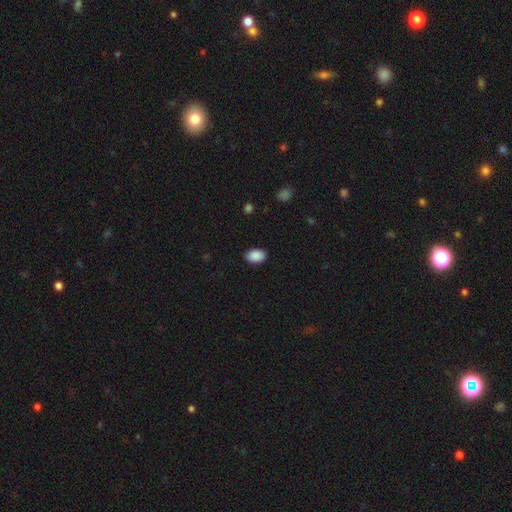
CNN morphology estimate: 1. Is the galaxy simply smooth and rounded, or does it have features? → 90% smooth, 7% star or artifact, 3% featured or disk.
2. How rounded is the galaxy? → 88% in between, 11% round, 1% cigar-shaped.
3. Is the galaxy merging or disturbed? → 88% none, 9% minor disturbance, 2% major disturbance, 1% merger.